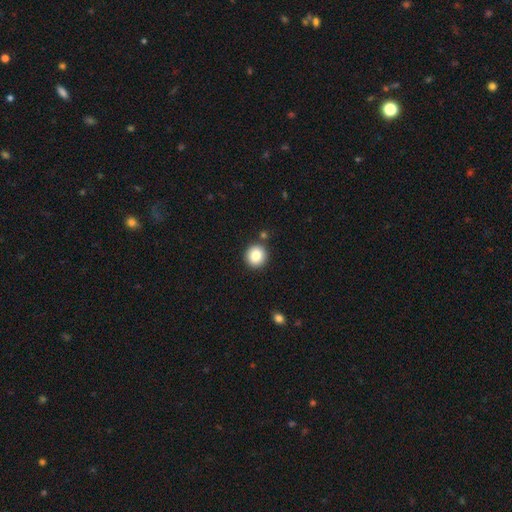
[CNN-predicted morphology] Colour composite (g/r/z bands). It shows a smooth galaxy with no disk features (84%) that is round (92%). Merging: none (87%).